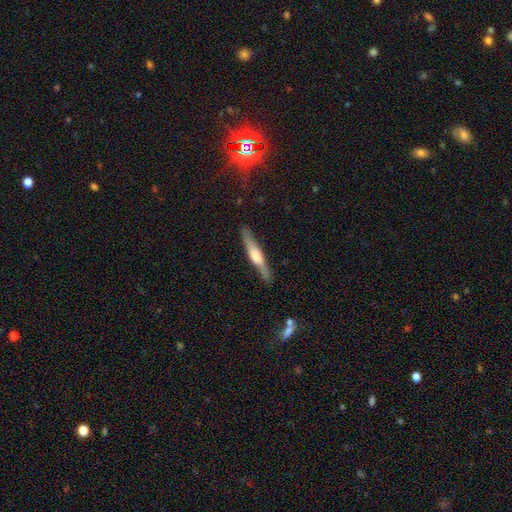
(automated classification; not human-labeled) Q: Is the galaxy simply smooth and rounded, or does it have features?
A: featured or disk — 60%.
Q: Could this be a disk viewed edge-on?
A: yes — 95%.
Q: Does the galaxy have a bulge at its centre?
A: rounded — 60%.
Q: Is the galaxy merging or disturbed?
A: none — 85%.